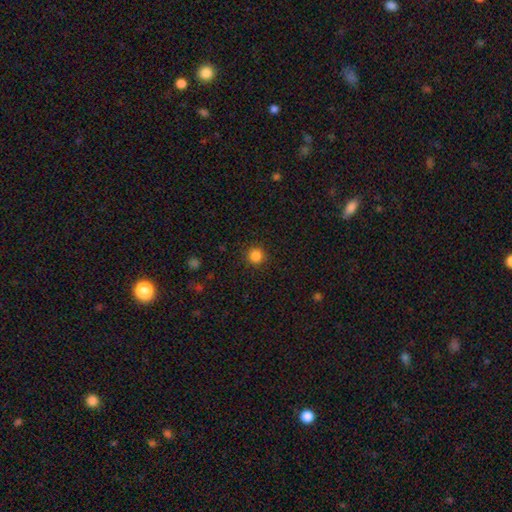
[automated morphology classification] The model was most divided on "smooth or featured": smooth: 85%, star or artifact: 12%, featured or disk: 3%. More confident: how rounded — round (95%); merging — none (92%).